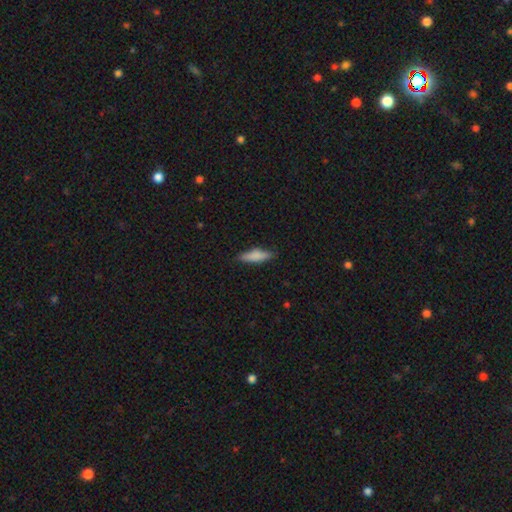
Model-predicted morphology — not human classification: smooth_or_featured: smooth (p=0.77) [alt: featured or disk p=0.17]
how_rounded: cigar-shaped (p=0.61) [alt: in between p=0.37]
merging: none (p=0.81) [alt: minor disturbance p=0.15]